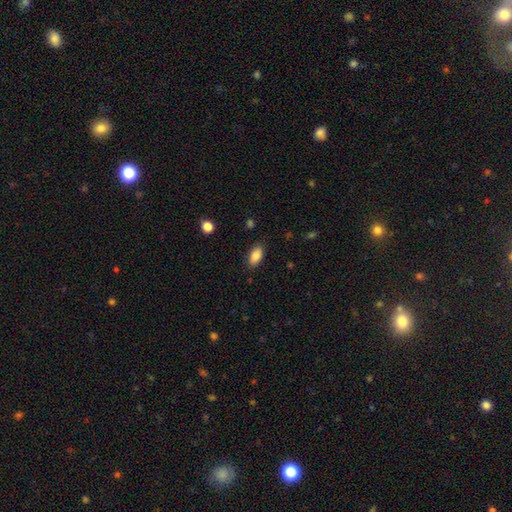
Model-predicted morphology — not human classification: This appears to be a smooth galaxy with no disk features (86%) that is in between round and cigar-shaped (92%). Merging: none (85%).